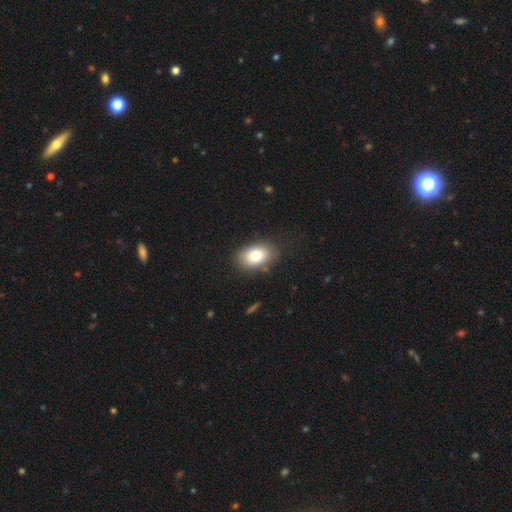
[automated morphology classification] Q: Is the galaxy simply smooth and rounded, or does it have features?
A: smooth — 78%.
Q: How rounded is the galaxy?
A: in between — 83%.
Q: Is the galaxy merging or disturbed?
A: none — 83%.